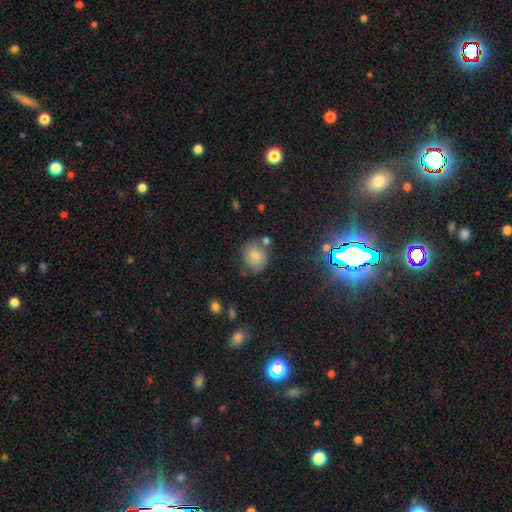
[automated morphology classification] Overall: smooth (74%). How rounded: round (70%). Merging: none (67%).